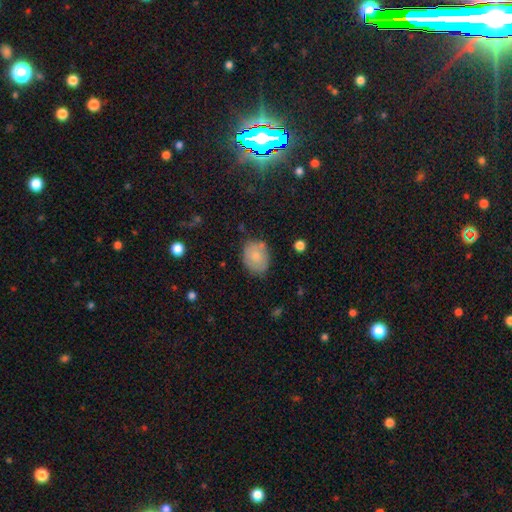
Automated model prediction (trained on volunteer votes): smooth-or-featured: smooth: 73% | featured or disk: 19% | star or artifact: 8%
  how-rounded: in between: 58% | round: 41% | cigar-shaped: 1%
  merging: none: 72% | minor disturbance: 20% | major disturbance: 4% | merger: 3%